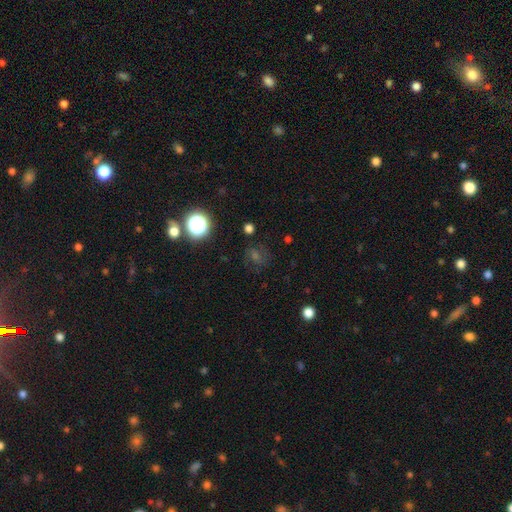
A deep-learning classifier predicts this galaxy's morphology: A star or artifact, not a galaxy (43%).